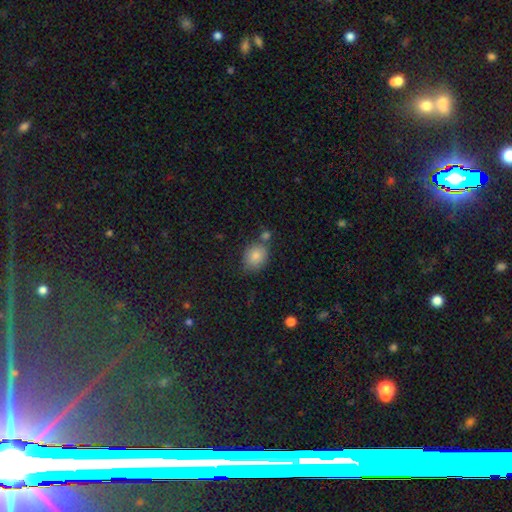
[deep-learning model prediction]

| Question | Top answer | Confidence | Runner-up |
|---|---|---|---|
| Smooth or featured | smooth | 82% | star or artifact (9%) |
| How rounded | round | 51% | in between (48%) |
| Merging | none | 65% | minor disturbance (16%) |